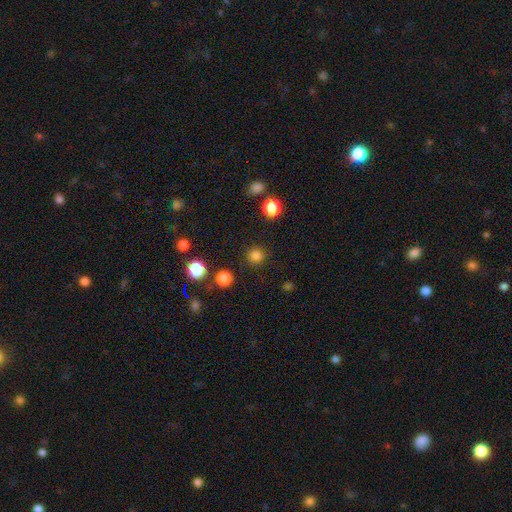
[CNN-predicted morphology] The model was most divided on "smooth or featured": smooth: 82%, star or artifact: 15%, featured or disk: 3%. More confident: how rounded — round (95%); merging — none (89%).